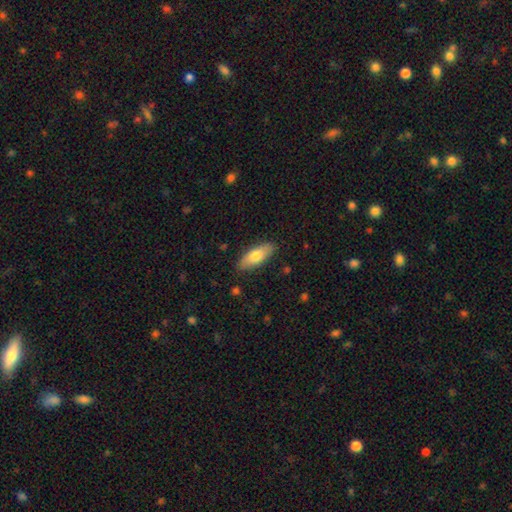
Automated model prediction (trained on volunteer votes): This appears to be a smooth galaxy with no disk features (74%) that is in between round and cigar-shaped (74%). Merging: none (86%).